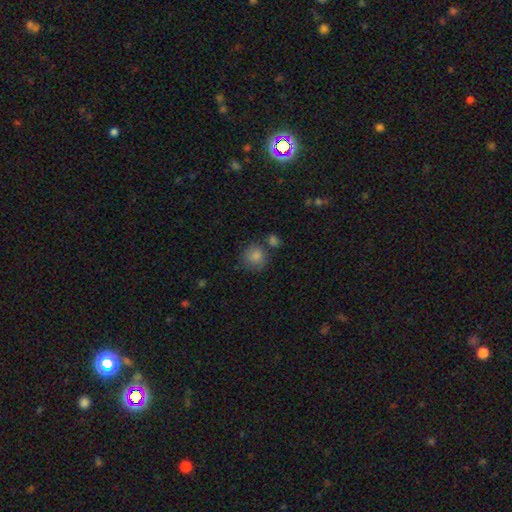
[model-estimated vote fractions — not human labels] This is likely a smooth galaxy (78%). How rounded: clearly round (89%). Merging: likely none (71%).